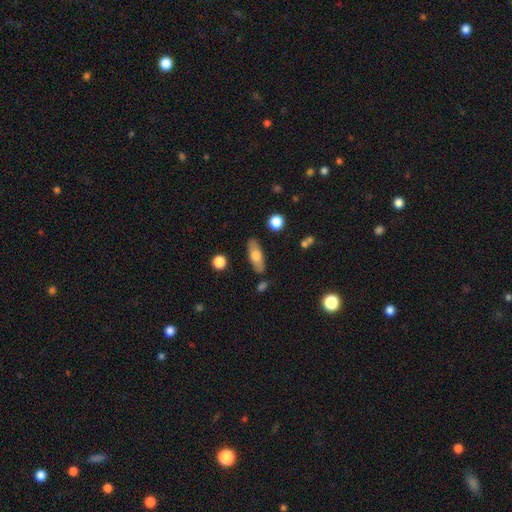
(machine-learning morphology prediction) Smooth or featured? Predicted: smooth (p=0.68). How rounded? Predicted: in between (p=0.68). Merging? Predicted: none (p=0.82).